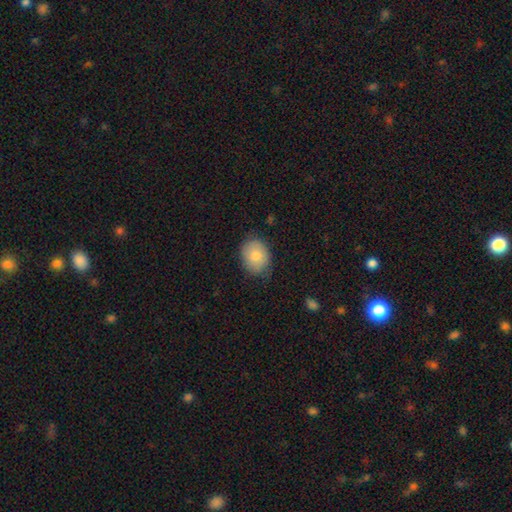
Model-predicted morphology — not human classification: The model was most divided on "how rounded": in between: 52%, round: 47%, cigar-shaped: 1%. More confident: smooth or featured — smooth (80%); merging — none (76%).